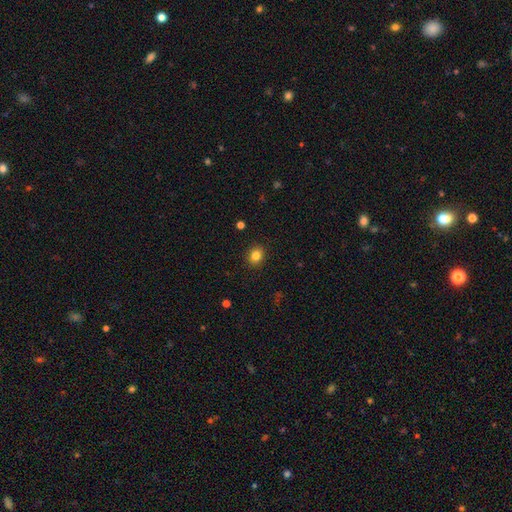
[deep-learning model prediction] Overall: smooth (83%). How rounded: round (60%; in between 39%). Merging: none (90%).